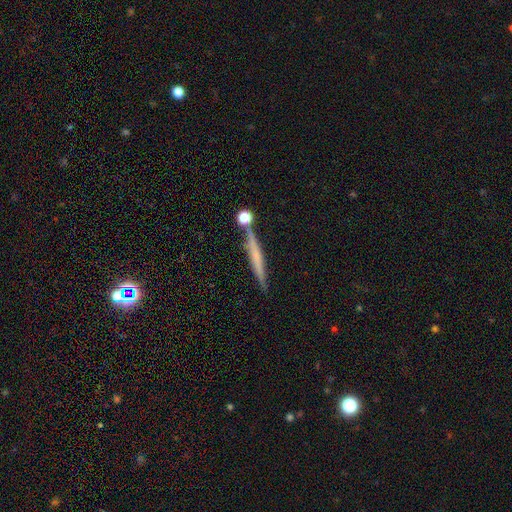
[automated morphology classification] A featured or disk galaxy (47%). Merging: none (79%).